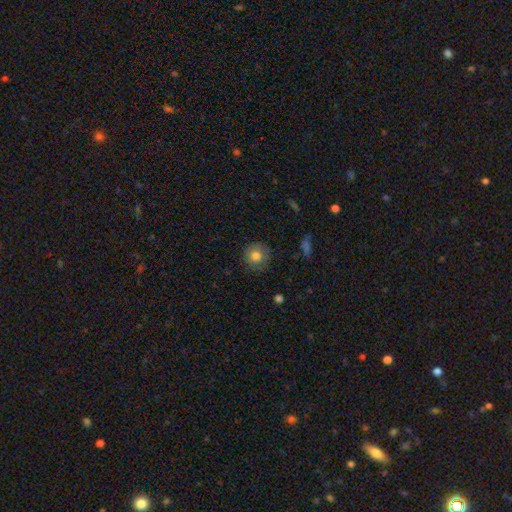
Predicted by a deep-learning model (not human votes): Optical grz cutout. It shows a smooth galaxy with no disk features (79%) that is round (92%). Merging: none (84%).